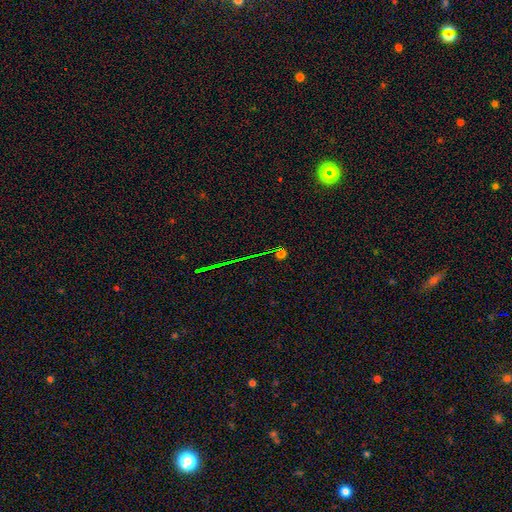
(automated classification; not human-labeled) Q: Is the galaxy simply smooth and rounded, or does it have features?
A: star or artifact — 74%.